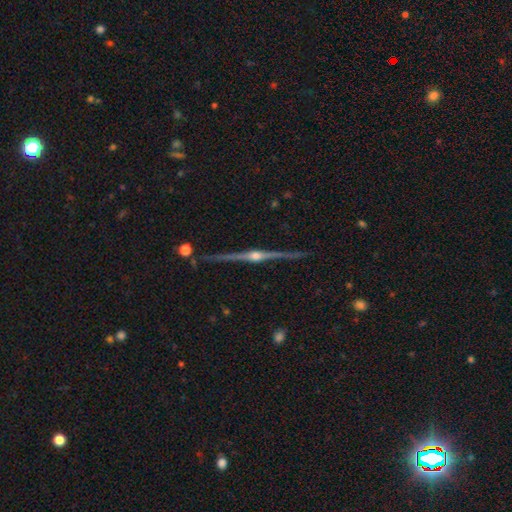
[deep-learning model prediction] Smooth or featured?
  - featured or disk: 90% *
  - star or artifact: 6%
  - smooth: 4%
Edge-on disk?
  - yes: 99% *
  - no: 1%
Edge-on bulge?
  - rounded: 95% *
  - boxy: 3%
  - none: 2%
Merging?
  - none: 90% *
  - minor disturbance: 7%
  - major disturbance: 1%
  - merger: 1%